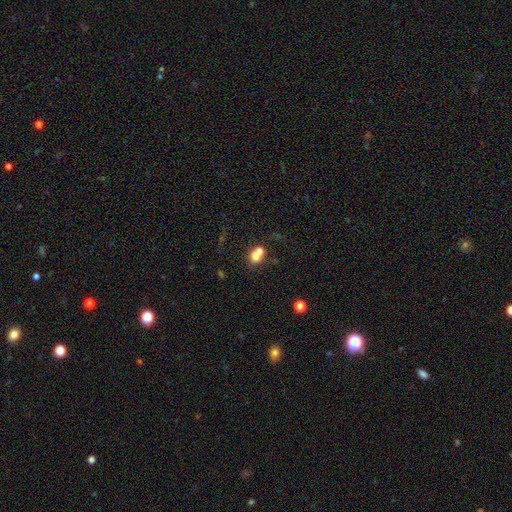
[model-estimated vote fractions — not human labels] smooth_or_featured: smooth (p=0.70) [alt: featured or disk p=0.18]
how_rounded: round (p=0.65) [alt: in between p=0.34]
merging: merger (p=0.60) [alt: none p=0.28]